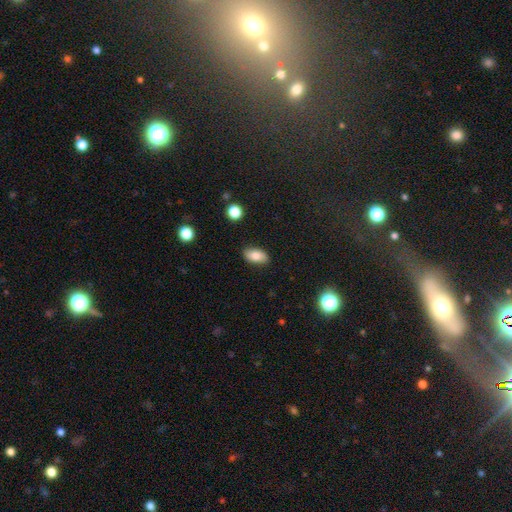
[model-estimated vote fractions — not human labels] Overall: smooth (82%). How rounded: in between (92%). Merging: none (87%).